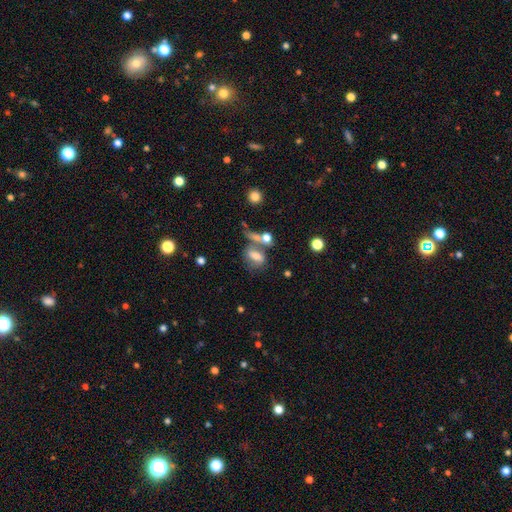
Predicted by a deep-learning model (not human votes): Smooth or featured?
  - smooth: 59% *
  - featured or disk: 27%
  - star or artifact: 14%
How rounded?
  - in between: 73% *
  - round: 16%
  - cigar-shaped: 11%
Merging?
  - none: 36% *
  - merger: 34%
  - minor disturbance: 15%
  - major disturbance: 14%